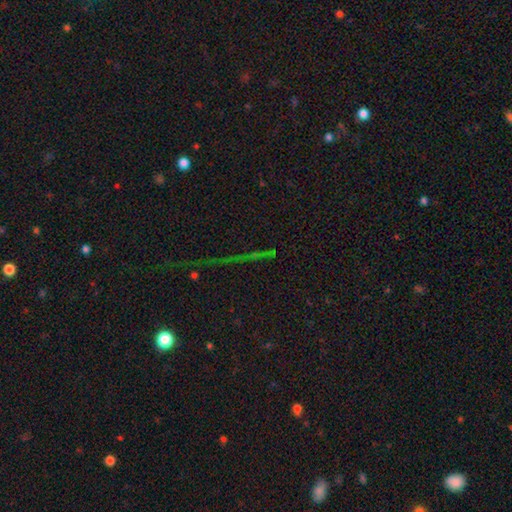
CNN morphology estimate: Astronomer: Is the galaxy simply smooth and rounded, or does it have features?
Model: star or artifact — 67%.